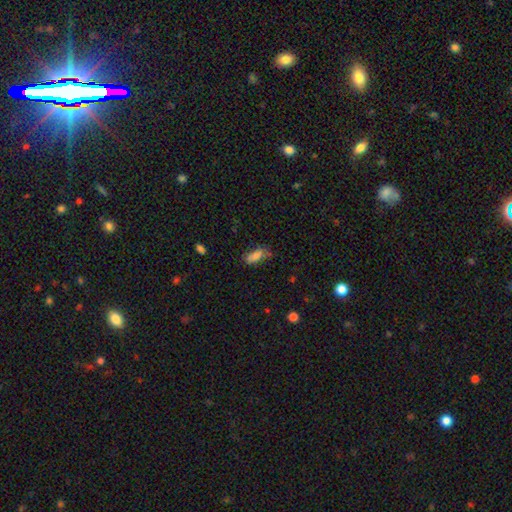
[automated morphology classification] Overall: smooth (78%). How rounded: in between (76%). Merging: none (59%; minor disturbance 28%).